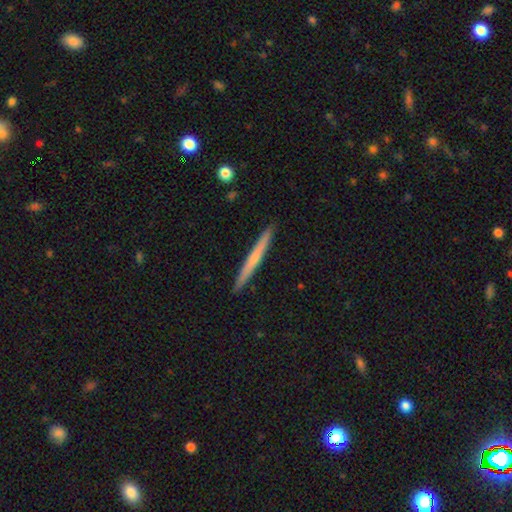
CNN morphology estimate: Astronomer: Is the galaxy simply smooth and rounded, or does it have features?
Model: featured or disk — 58% (runner-up: smooth, 35%).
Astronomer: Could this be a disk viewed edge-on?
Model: yes — 98%.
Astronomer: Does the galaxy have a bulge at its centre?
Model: rounded — 49% (runner-up: none, 45%).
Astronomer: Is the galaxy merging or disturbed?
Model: none — 92%.